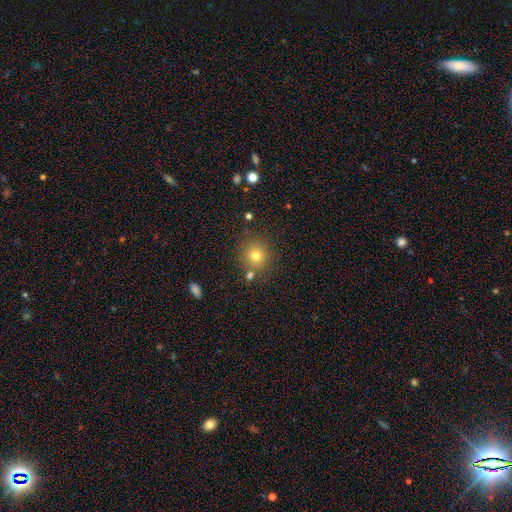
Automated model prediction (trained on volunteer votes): The model was most divided on "smooth or featured": smooth: 75%, star or artifact: 15%, featured or disk: 9%. More confident: how rounded — round (91%); merging — none (78%).